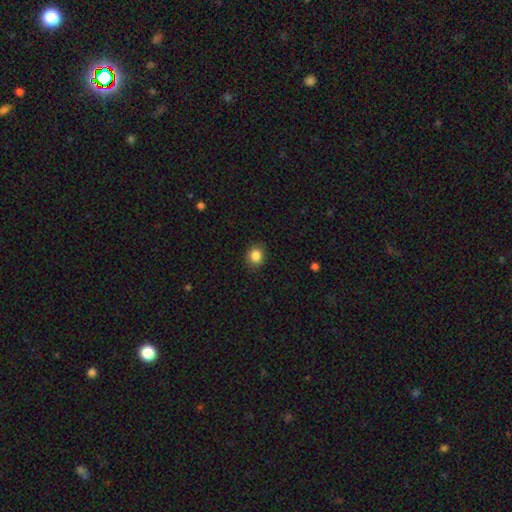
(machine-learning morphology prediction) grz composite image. It shows a smooth galaxy with no disk features (86%) that is round (72%). Merging: none (87%).